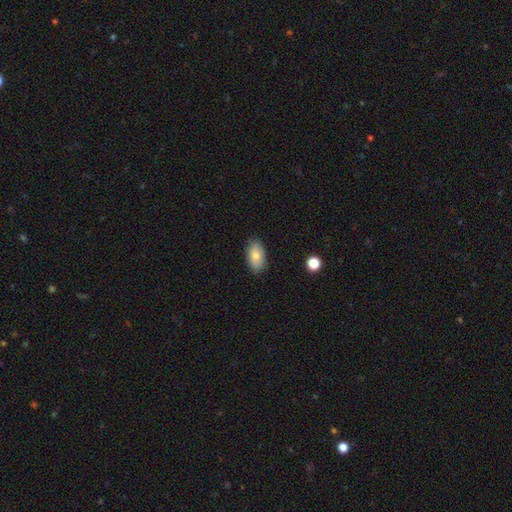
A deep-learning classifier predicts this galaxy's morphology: A smooth galaxy with no disk features (79%) that is in between round and cigar-shaped (93%). Merging: none (86%).